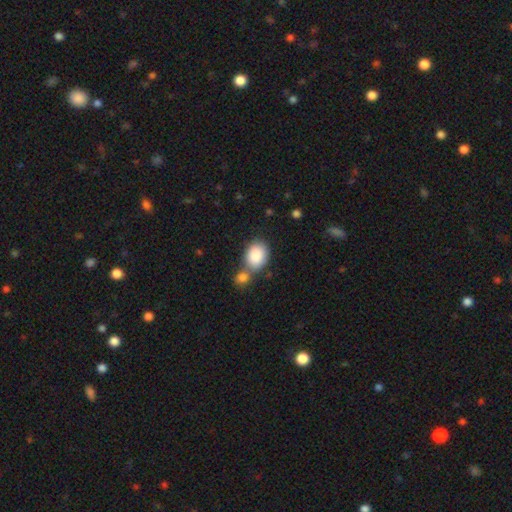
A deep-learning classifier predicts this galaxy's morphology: Smooth or featured? smooth (88%)
How rounded? in between (66%)
Merging? none (45%)